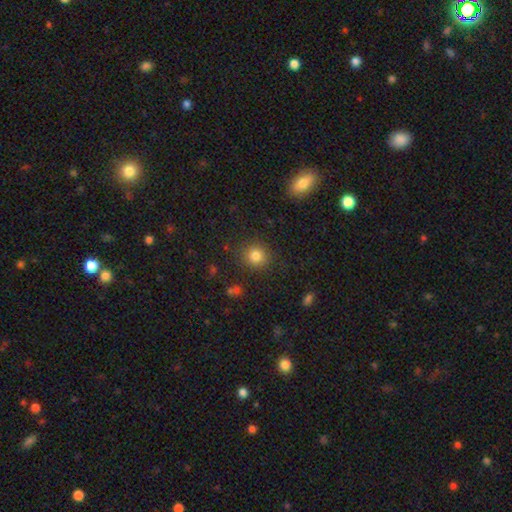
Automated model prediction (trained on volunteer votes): Smooth or featured: smooth — 81% (star or artifact — 13%)
How rounded: round — 90% (in between — 9%)
Merging: none — 88% (minor disturbance — 8%)